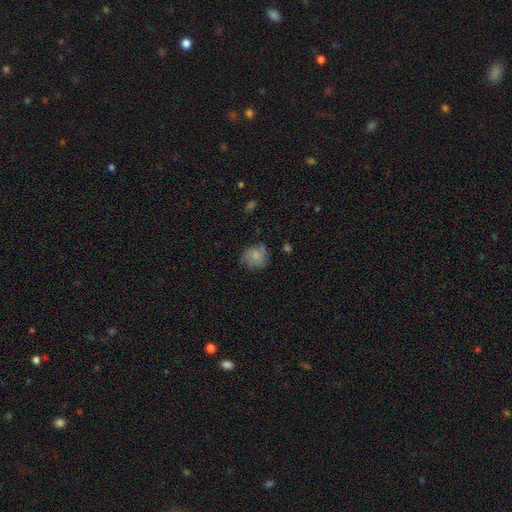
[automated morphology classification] Smooth or featured: smooth — 69% (featured or disk — 22%)
How rounded: round — 76% (in between — 23%)
Merging: none — 65% (minor disturbance — 24%)